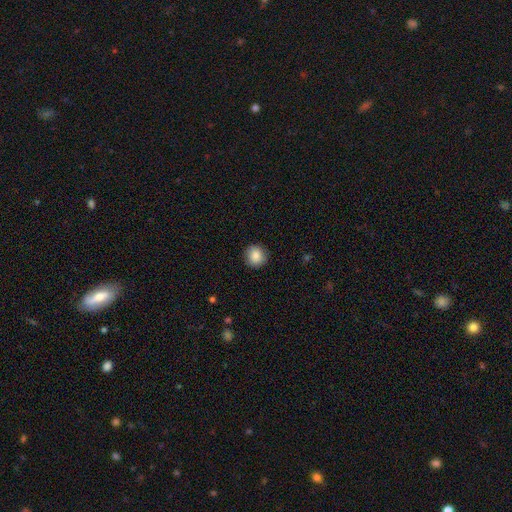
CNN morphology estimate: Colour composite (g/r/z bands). It shows a smooth galaxy with no disk features (86%) that is round (91%). Merging: none (90%).